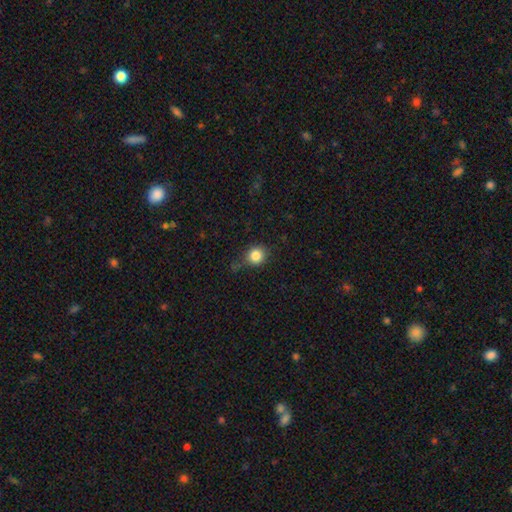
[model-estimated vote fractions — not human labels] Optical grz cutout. It shows a smooth galaxy with no disk features (83%) that is round (83%). Merging: none (67%).